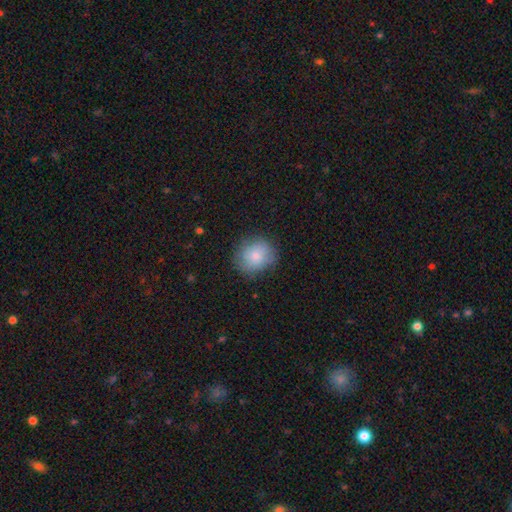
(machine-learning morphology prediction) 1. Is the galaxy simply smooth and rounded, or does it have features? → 81% smooth, 12% featured or disk, 8% star or artifact.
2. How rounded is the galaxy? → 78% round, 21% in between, 1% cigar-shaped.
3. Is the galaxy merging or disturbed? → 77% none, 17% minor disturbance, 5% major disturbance, 1% merger.